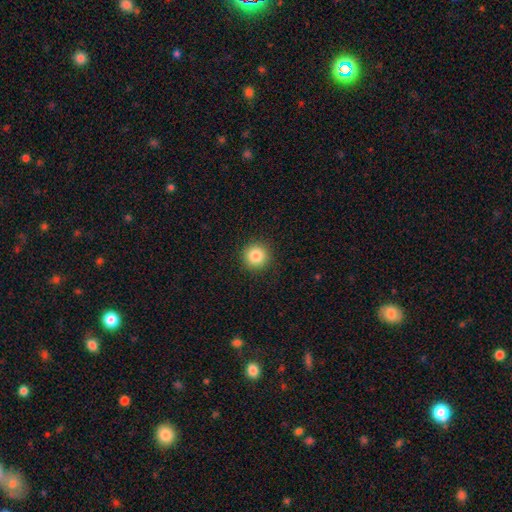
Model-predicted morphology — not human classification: Smooth or featured? smooth (84%)
How rounded? round (95%)
Merging? none (92%)